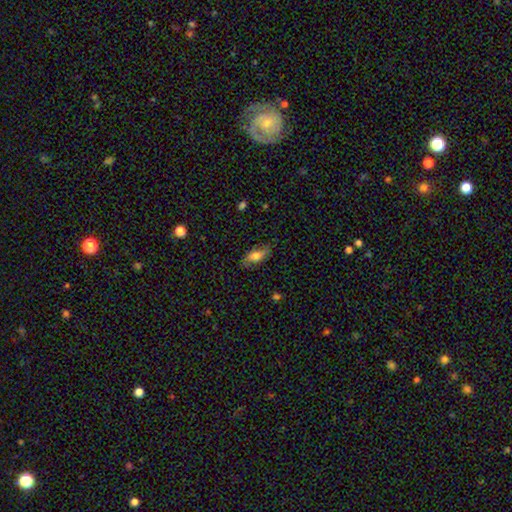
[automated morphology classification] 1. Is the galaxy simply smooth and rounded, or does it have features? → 65% smooth, 28% featured or disk, 7% star or artifact.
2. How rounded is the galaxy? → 74% in between, 23% cigar-shaped, 4% round.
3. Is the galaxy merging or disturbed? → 77% none, 18% minor disturbance, 4% major disturbance, 1% merger.